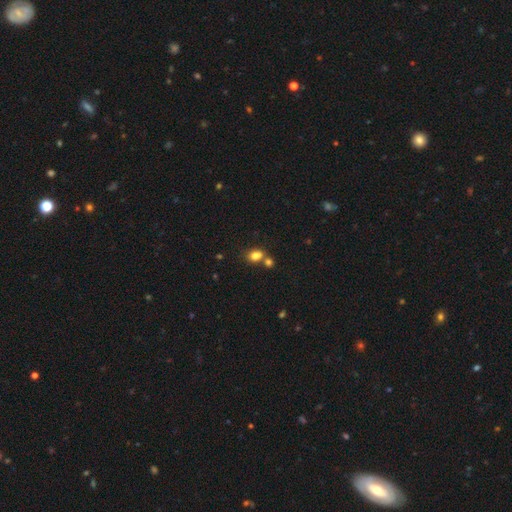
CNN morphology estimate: The model was most divided on "merging": none: 49%, merger: 37%, minor disturbance: 11%, major disturbance: 4%. More confident: smooth or featured — smooth (80%); how rounded — in between (62%).